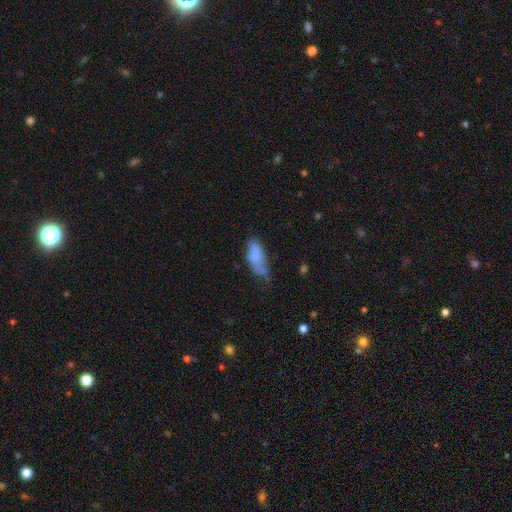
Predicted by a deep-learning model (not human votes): This appears to be a smooth galaxy with no disk features (67%) that is in between round and cigar-shaped (80%). Merging: minor disturbance (34%).